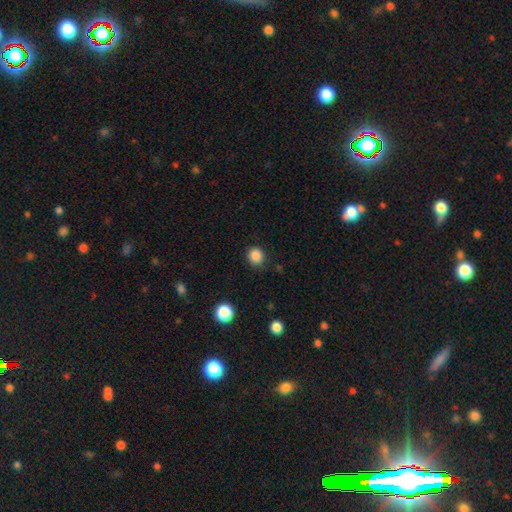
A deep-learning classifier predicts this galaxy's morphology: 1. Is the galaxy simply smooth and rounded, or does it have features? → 86% smooth, 11% star or artifact, 3% featured or disk.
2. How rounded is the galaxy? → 88% round, 11% in between, 1% cigar-shaped.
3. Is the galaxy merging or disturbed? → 85% none, 10% minor disturbance, 3% major disturbance, 1% merger.